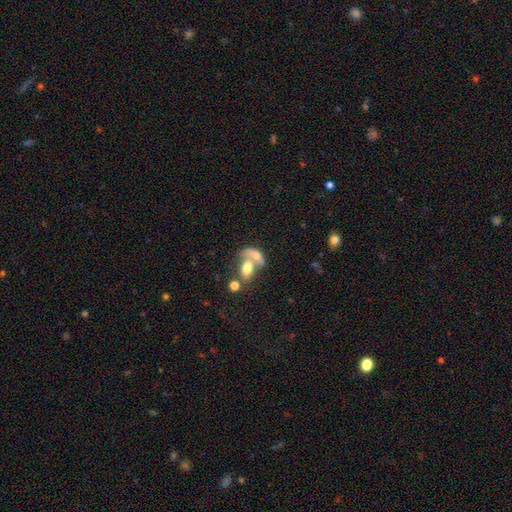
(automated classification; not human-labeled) This appears to be a smooth galaxy with no disk features (64%) that is in between round and cigar-shaped (79%). Merging: merger (67%).